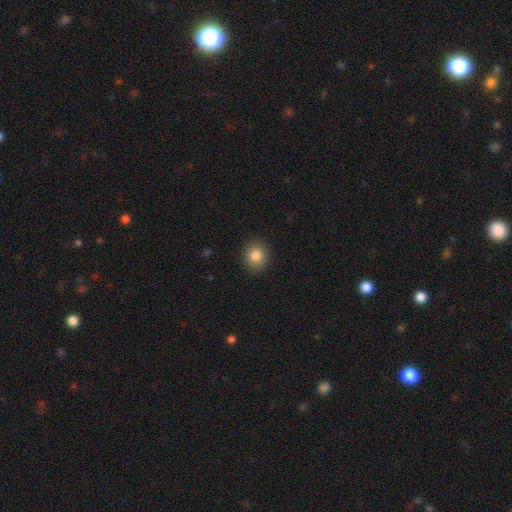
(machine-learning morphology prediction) Overall: smooth (84%). How rounded: round (78%). Merging: none (90%).